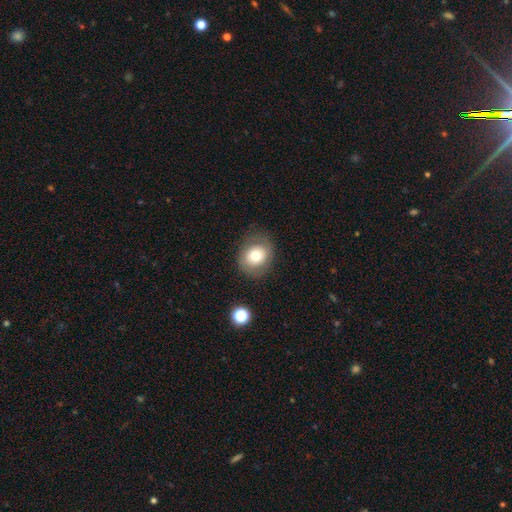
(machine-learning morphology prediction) This appears to be a smooth galaxy with no disk features (68%) that is round (69%). Merging: none (79%).